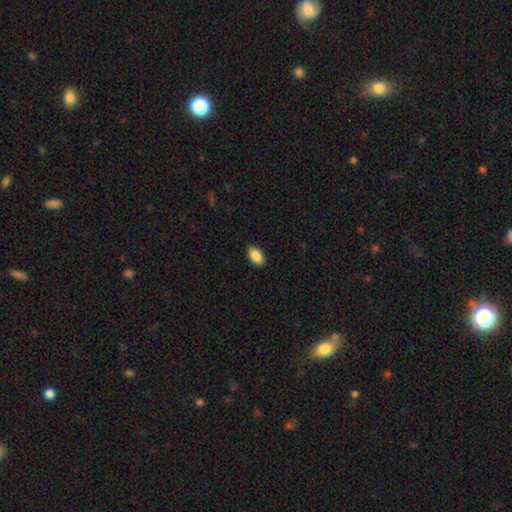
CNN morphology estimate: type=smooth (88%); roundness=in between (94%); merging=none (89%).